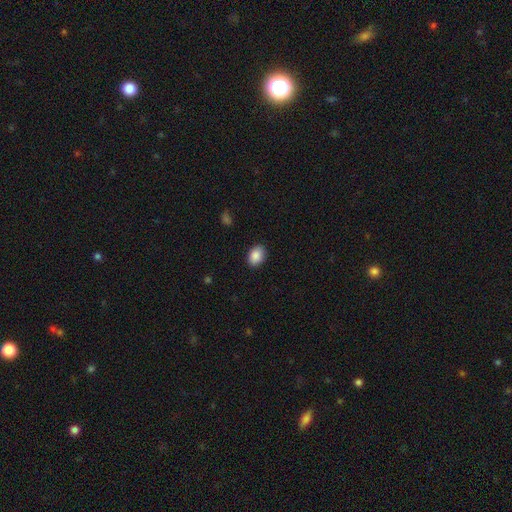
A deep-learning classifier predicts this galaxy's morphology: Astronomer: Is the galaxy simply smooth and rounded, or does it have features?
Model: smooth — 89%.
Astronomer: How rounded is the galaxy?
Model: in between — 74%.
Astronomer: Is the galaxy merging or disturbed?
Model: none — 89%.